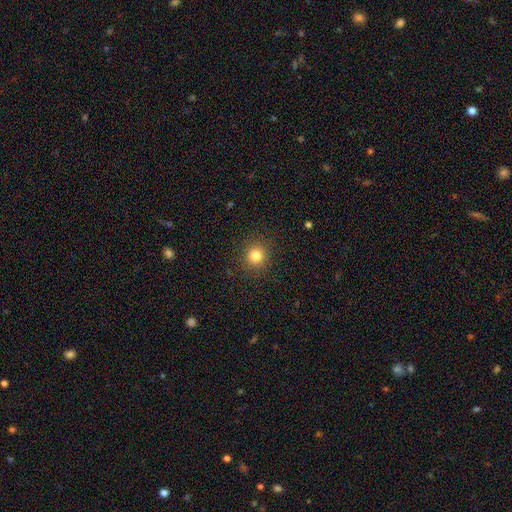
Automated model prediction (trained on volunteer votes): smooth-or-featured: smooth: 82% | star or artifact: 13% | featured or disk: 5%
  how-rounded: round: 91% | in between: 8% | cigar-shaped: 1%
  merging: none: 90% | minor disturbance: 6% | major disturbance: 3% | merger: 1%